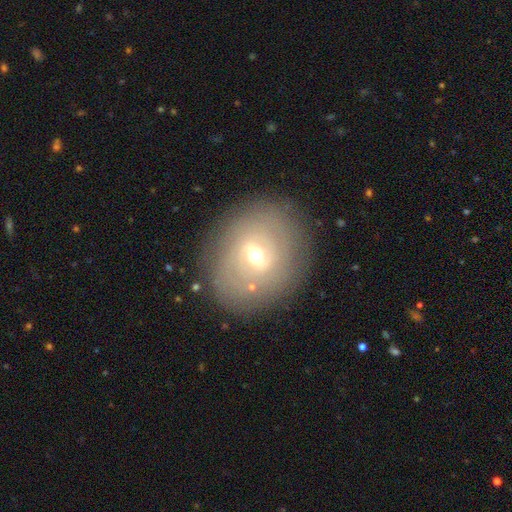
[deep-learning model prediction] Smooth or featured: featured or disk — 63% (smooth — 28%)
Edge-on disk: no — 93% (yes — 7%)
Bar: weak — 58% (no — 22%)
Spiral arms: yes — 53% (no — 47%)
Bulge size: moderate — 51% (small — 44%)
Merging: none — 82% (minor disturbance — 11%)